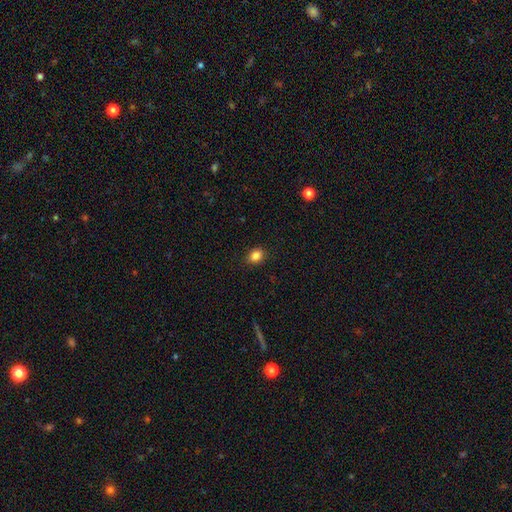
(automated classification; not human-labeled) The model was most divided on "how rounded": round: 51%, in between: 48%, cigar-shaped: 1%. More confident: merging — none (89%); smooth or featured — smooth (85%).